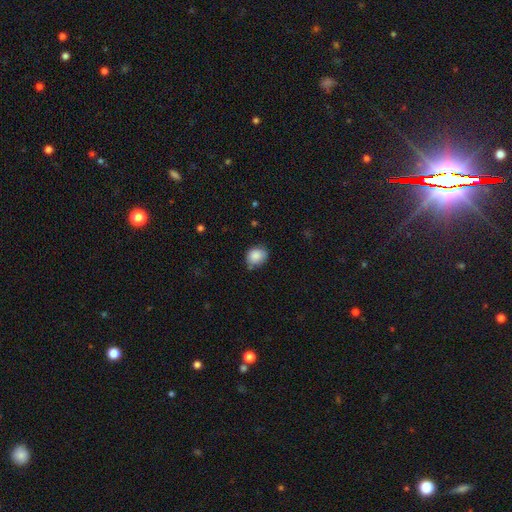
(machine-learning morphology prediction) This appears to be a smooth galaxy with no disk features (86%) that is round (60%). Merging: none (68%).